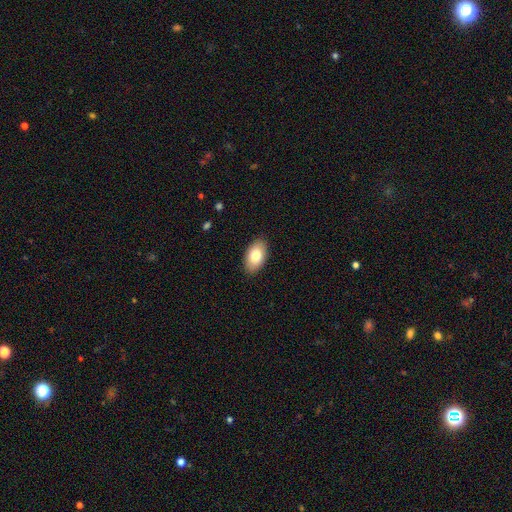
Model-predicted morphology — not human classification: type=smooth (79%); roundness=in between (93%); merging=none (89%).